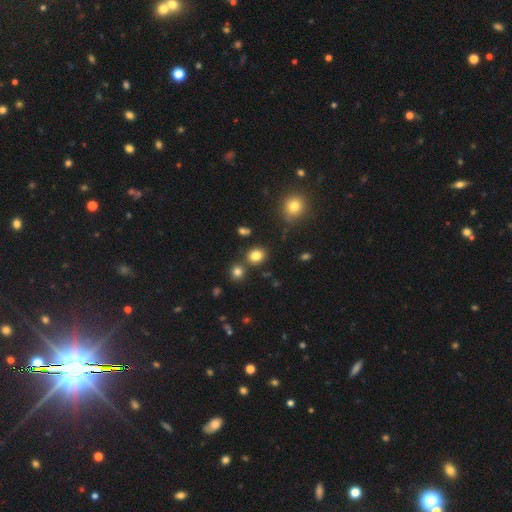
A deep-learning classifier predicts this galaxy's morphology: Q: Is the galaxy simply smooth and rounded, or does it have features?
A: smooth — 81%.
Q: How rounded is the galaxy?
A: round — 68%.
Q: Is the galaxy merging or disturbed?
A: none — 77%.